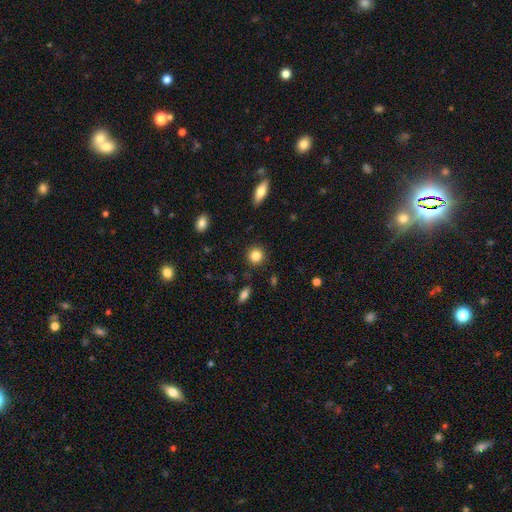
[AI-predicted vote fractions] Smooth or featured? smooth (84%)
How rounded? round (90%)
Merging? none (89%)